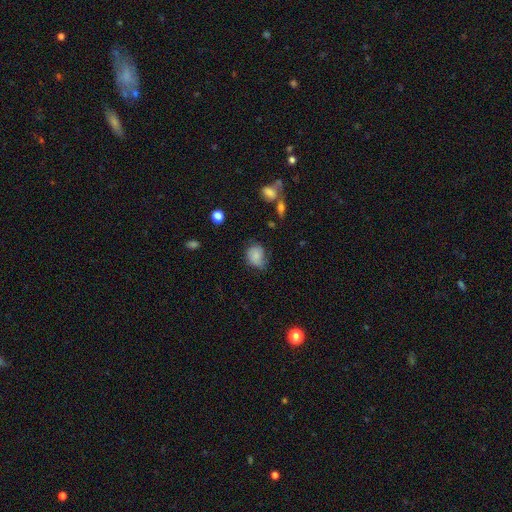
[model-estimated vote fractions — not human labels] Smooth or featured?
  - smooth: 77% *
  - featured or disk: 15%
  - star or artifact: 9%
How rounded?
  - round: 52% *
  - in between: 47%
  - cigar-shaped: 1%
Merging?
  - none: 53% *
  - minor disturbance: 34%
  - major disturbance: 11%
  - merger: 2%